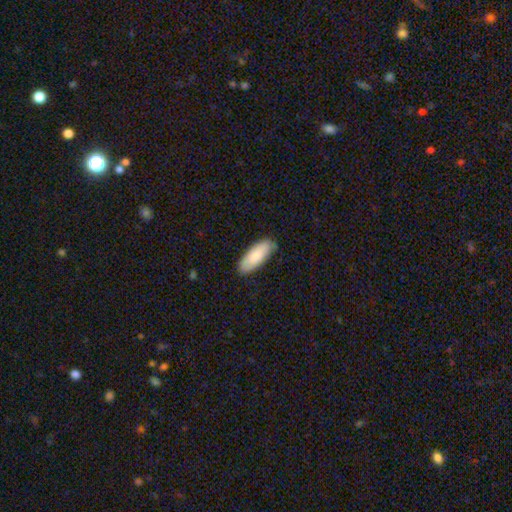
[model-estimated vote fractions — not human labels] Smooth or featured? Predicted: smooth (p=0.85). How rounded? Predicted: in between (p=0.75). Merging? Predicted: none (p=0.82).